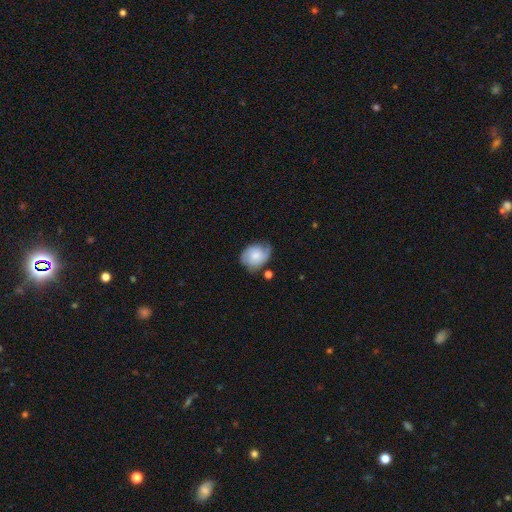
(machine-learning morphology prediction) Overall: smooth (53%; featured or disk 39%). How rounded: round (51%; in between 48%). Merging: none (53%; minor disturbance 33%).